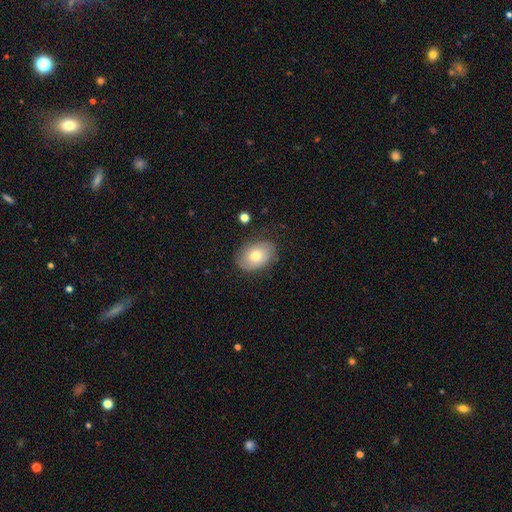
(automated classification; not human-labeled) A smooth galaxy with no disk features (62%) that is in between round and cigar-shaped (77%).

Vote fractions:
- Smooth or featured? smooth: 62% / featured or disk: 30% / star or artifact: 8%
- How rounded? in between: 77% / round: 22% / cigar-shaped: 1%
- Merging? none: 74% / minor disturbance: 19% / major disturbance: 6% / merger: 2%